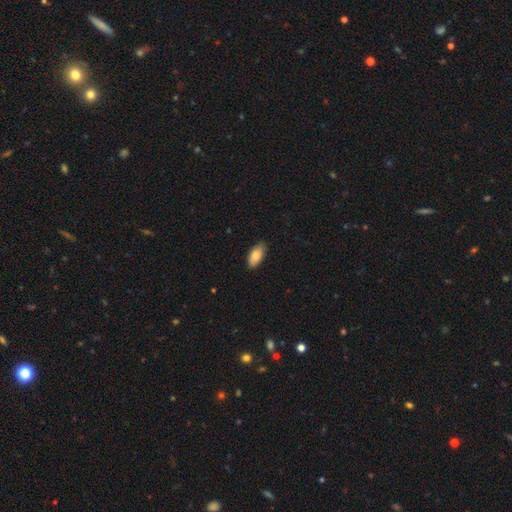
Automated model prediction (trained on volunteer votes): smooth 84%, featured or disk 10%, star or artifact 6%. Down the decision tree: how rounded — in between (92%); merging — none (86%).